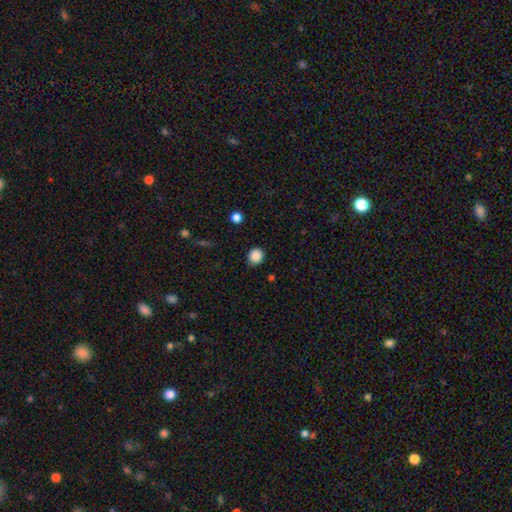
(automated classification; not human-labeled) Smooth or featured? smooth (88%)
How rounded? round (79%)
Merging? none (86%)